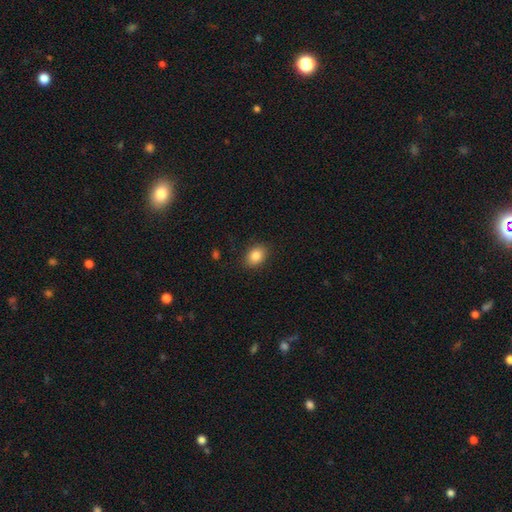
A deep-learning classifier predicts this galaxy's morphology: smooth 85%, star or artifact 9%, featured or disk 6%. Down the decision tree: how rounded — in between (70%); merging — none (87%).